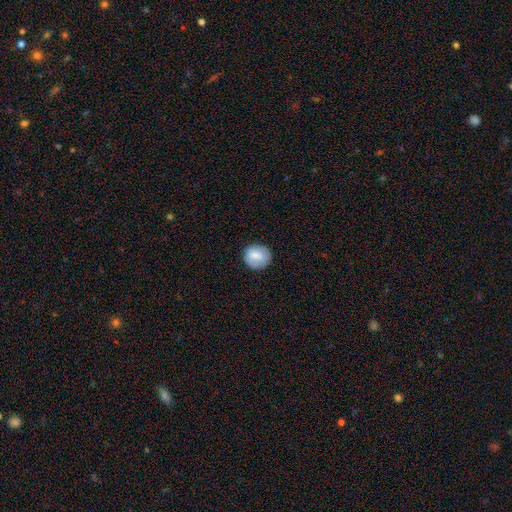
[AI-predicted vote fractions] Smooth or featured? smooth (77%)
How rounded? round (82%)
Merging? none (82%)